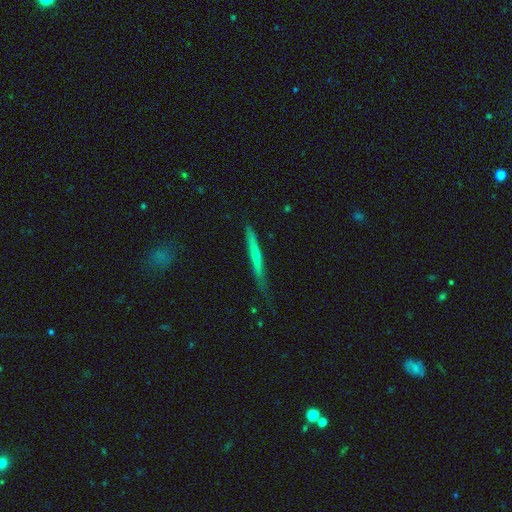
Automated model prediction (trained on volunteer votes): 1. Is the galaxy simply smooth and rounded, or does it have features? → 50% featured or disk, 44% smooth, 7% star or artifact.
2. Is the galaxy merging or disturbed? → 74% none, 21% minor disturbance, 4% major disturbance, 2% merger.